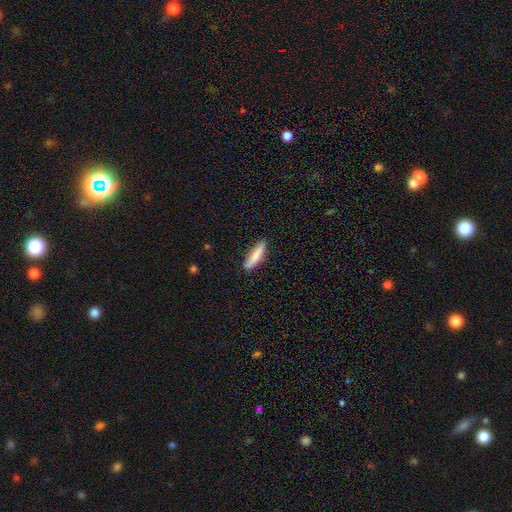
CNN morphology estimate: Q: Smooth or featured?
A: smooth (79%); runner-up: featured or disk (15%)
Q: How rounded?
A: cigar-shaped (75%); runner-up: in between (23%)
Q: Merging?
A: none (81%); runner-up: minor disturbance (15%)